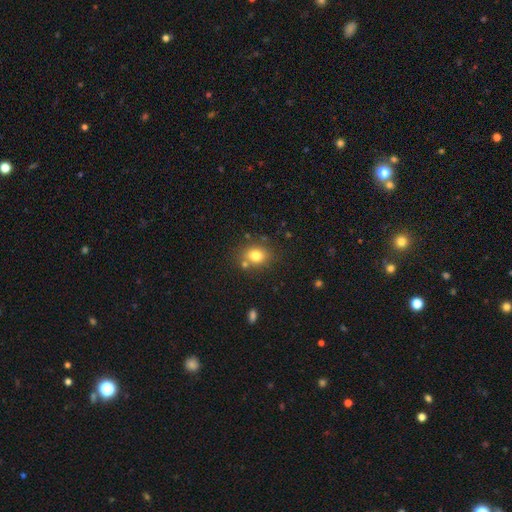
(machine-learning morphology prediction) This appears to be a smooth galaxy with no disk features (78%) that is in between round and cigar-shaped (50%). Merging: none (72%).